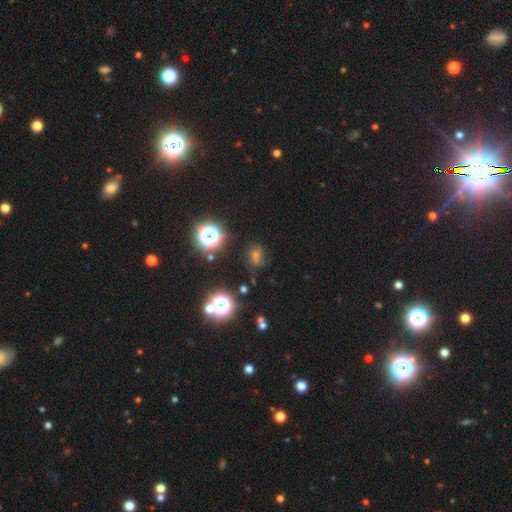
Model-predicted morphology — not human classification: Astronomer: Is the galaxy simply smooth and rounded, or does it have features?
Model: star or artifact — 48% (runner-up: smooth, 37%).